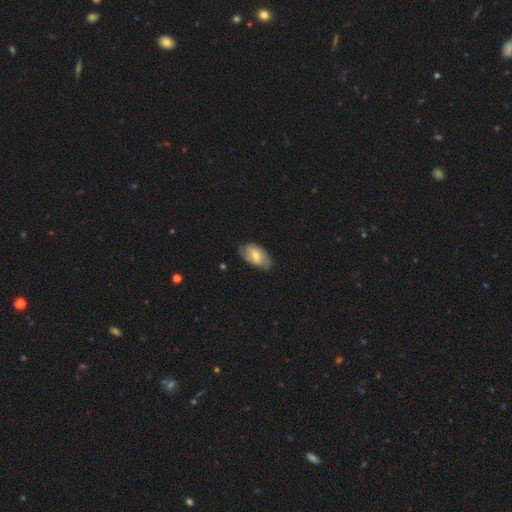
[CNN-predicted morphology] Smooth or featured? smooth (61%)
How rounded? in between (93%)
Merging? none (76%)